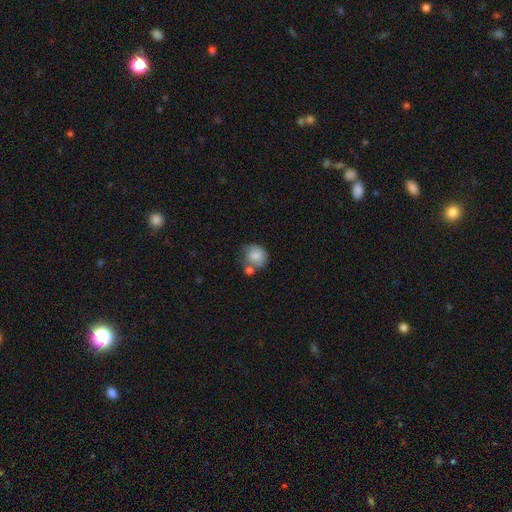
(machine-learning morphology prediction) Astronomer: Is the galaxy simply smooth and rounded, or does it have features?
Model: smooth — 81%.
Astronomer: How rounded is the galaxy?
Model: round — 75%.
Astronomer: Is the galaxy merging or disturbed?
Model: none — 44% (runner-up: merger, 26%).